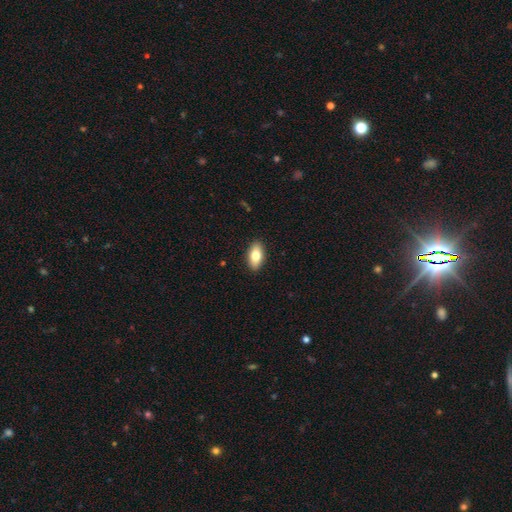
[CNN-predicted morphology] Smooth or featured? smooth (80%)
How rounded? in between (91%)
Merging? none (90%)